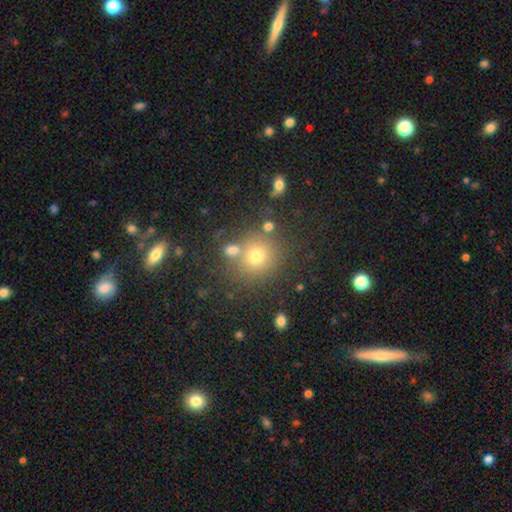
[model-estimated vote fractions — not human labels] smooth_or_featured: smooth (p=0.71) [alt: star or artifact p=0.18]
how_rounded: round (p=0.87) [alt: in between p=0.12]
merging: none (p=0.72) [alt: merger p=0.14]